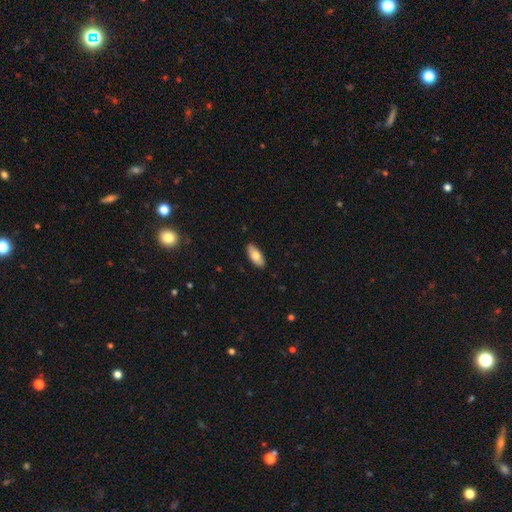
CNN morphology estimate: smooth 74%, featured or disk 20%, star or artifact 6%. Down the decision tree: how rounded — in between (85%); merging — none (88%).